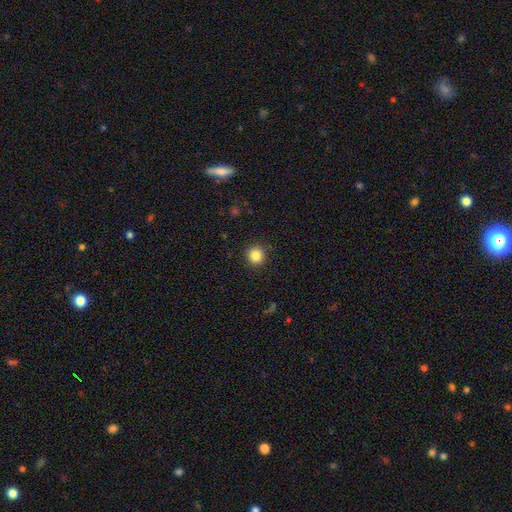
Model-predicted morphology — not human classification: A smooth galaxy with no disk features (85%) that is round (93%). Merging: none (91%).